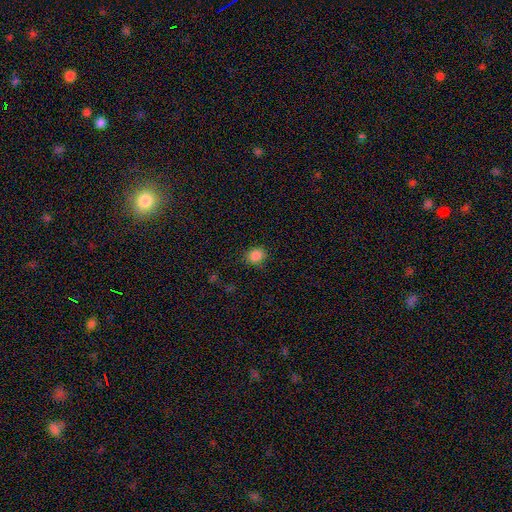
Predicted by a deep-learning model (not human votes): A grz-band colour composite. It shows a smooth galaxy with no disk features (85%) that is round (67%). Merging: none (84%).